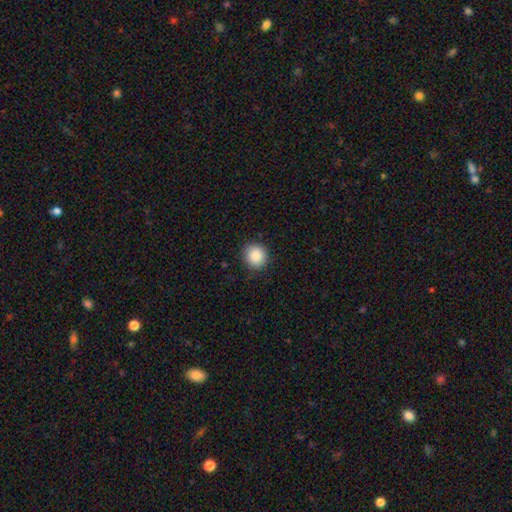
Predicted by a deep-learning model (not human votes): smooth 88%, star or artifact 9%, featured or disk 3%. Down the decision tree: how rounded — round (89%); merging — none (89%).